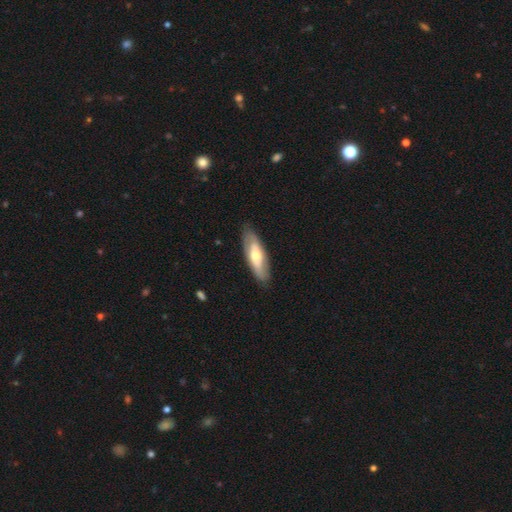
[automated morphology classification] This is possibly a featured or disk galaxy (48%). Merging: clearly none (83%).